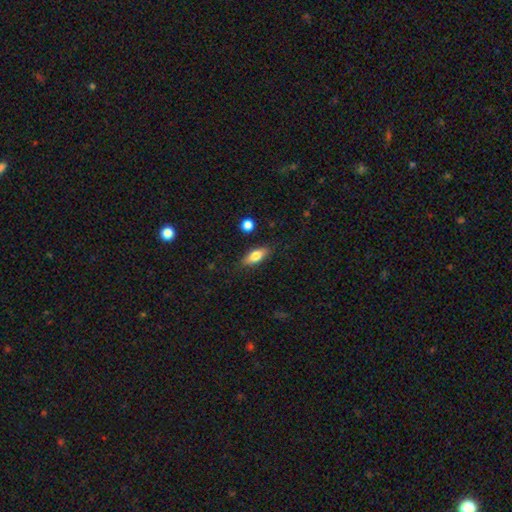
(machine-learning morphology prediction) Smooth or featured: smooth — 73% (featured or disk — 20%)
How rounded: in between — 74% (cigar-shaped — 22%)
Merging: none — 84% (minor disturbance — 11%)